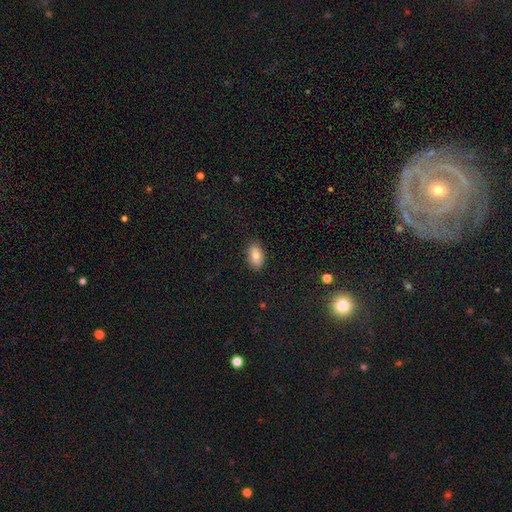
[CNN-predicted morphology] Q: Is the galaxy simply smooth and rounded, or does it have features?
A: smooth — 84%.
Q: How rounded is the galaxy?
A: in between — 92%.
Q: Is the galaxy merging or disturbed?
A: none — 87%.